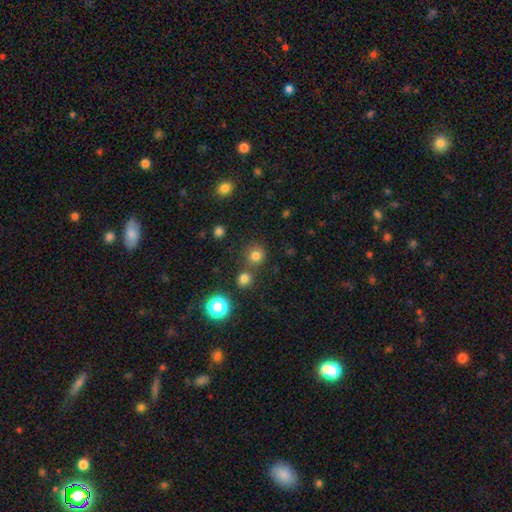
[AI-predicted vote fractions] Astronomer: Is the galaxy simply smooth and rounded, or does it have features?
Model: smooth — 76%.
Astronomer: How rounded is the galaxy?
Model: round — 91%.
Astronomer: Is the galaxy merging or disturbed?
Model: none — 75%.